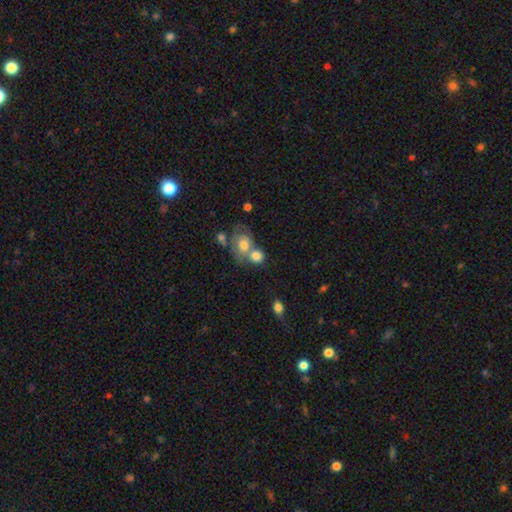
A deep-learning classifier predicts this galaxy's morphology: Smooth or featured? Predicted: smooth (p=0.72). How rounded? Predicted: round (p=0.62). Merging? Predicted: merger (p=0.55).